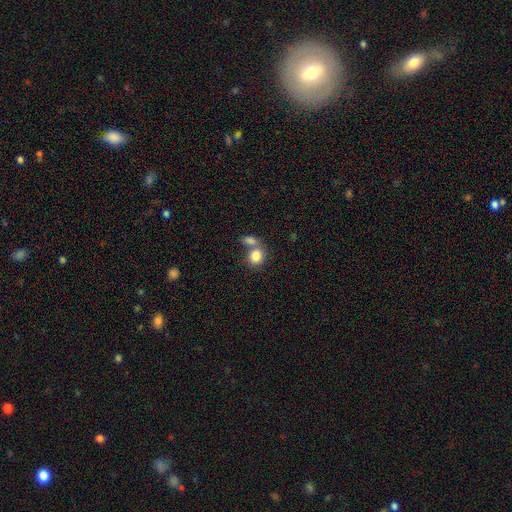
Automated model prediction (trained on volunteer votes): smooth-or-featured: smooth: 82% | featured or disk: 9% | star or artifact: 9%
  how-rounded: round: 60% | in between: 39% | cigar-shaped: 1%
  merging: merger: 47% | none: 39% | minor disturbance: 9% | major disturbance: 4%